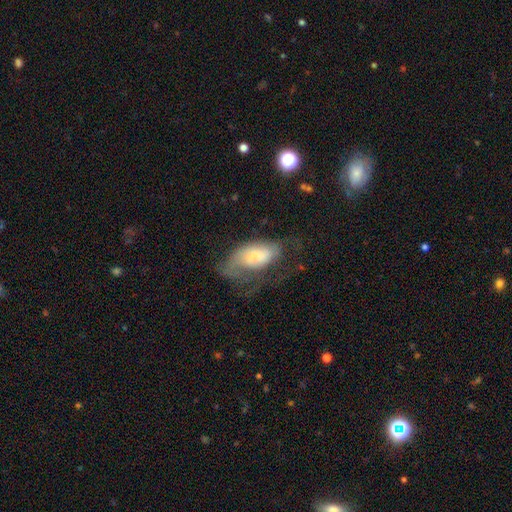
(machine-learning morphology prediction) Smooth or featured? featured or disk (48%)
Merging? major disturbance (39%)